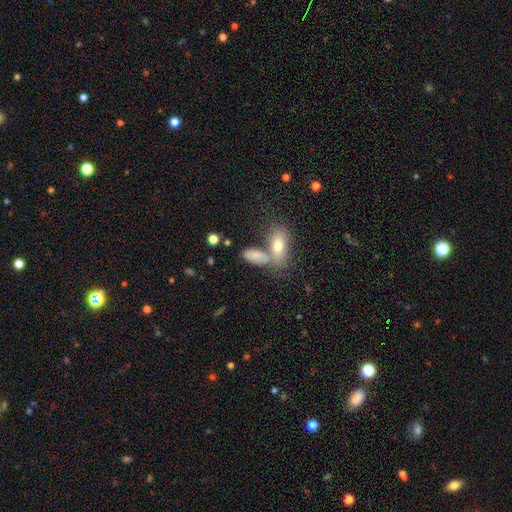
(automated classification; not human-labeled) Smooth or featured?
  - smooth: 78% *
  - featured or disk: 14%
  - star or artifact: 9%
How rounded?
  - in between: 81% *
  - cigar-shaped: 15%
  - round: 5%
Merging?
  - none: 44% *
  - merger: 37%
  - minor disturbance: 13%
  - major disturbance: 6%